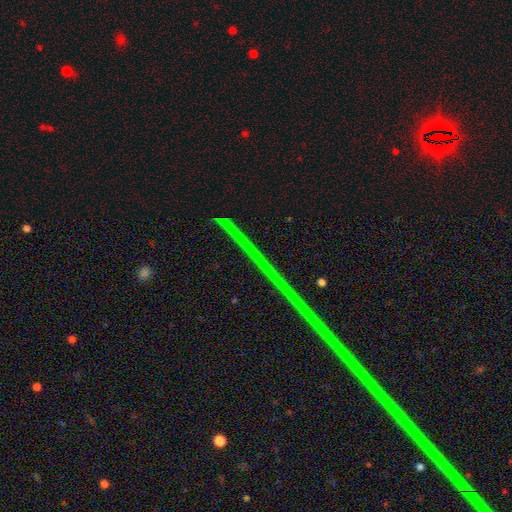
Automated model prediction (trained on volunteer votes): smooth_or_featured: star or artifact (p=0.88) [alt: featured or disk p=0.07]